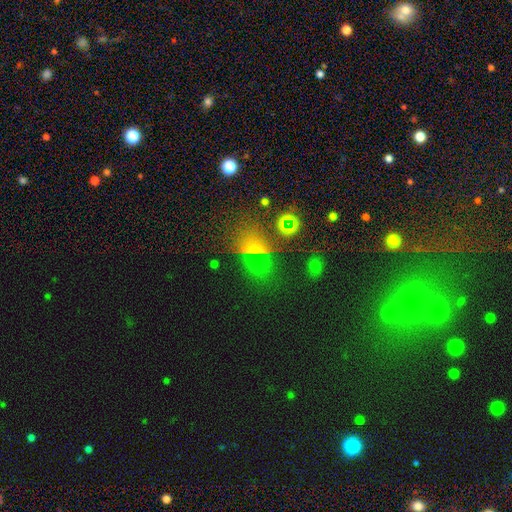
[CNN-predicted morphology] Q: Smooth or featured?
A: smooth (46%); runner-up: star or artifact (43%)
Q: Merging?
A: none (69%); runner-up: minor disturbance (14%)